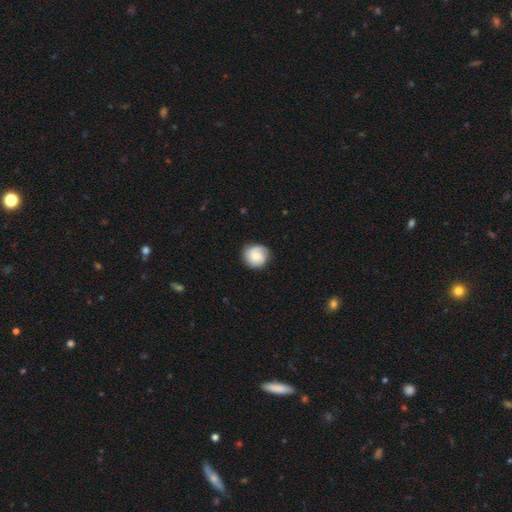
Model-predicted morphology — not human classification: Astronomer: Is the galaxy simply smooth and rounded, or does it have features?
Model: smooth — 47% (runner-up: featured or disk, 46%).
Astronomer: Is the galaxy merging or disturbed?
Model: none — 77%.